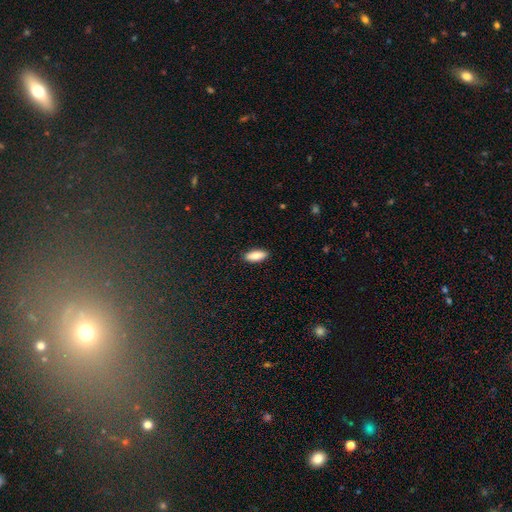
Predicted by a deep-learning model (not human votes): This appears to be a smooth galaxy with no disk features (88%) that is in between round and cigar-shaped (79%). Merging: none (89%).